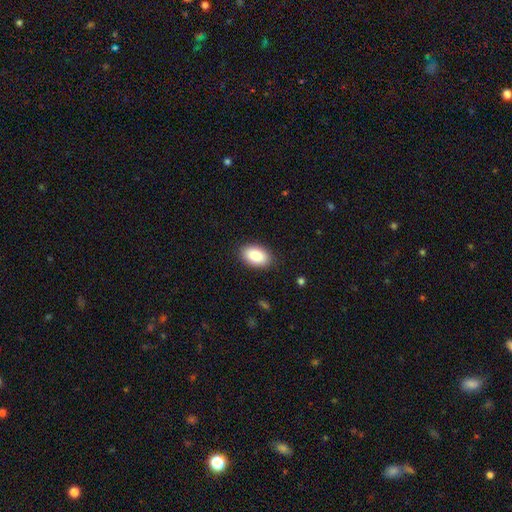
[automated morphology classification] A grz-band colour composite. It shows a smooth galaxy with no disk features (89%) that is in between round and cigar-shaped (93%). Merging: none (88%).